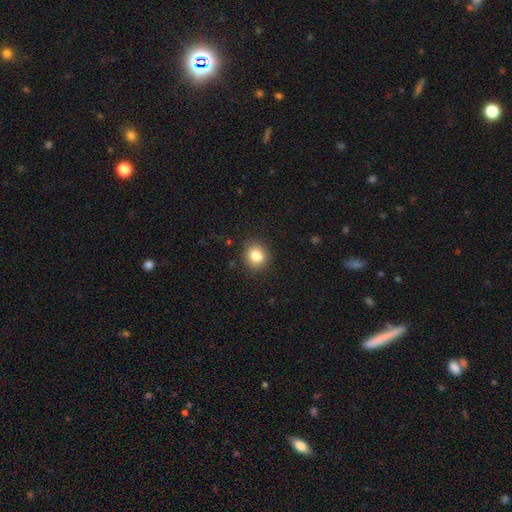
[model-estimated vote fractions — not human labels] Smooth or featured? smooth (83%)
How rounded? round (76%)
Merging? none (88%)